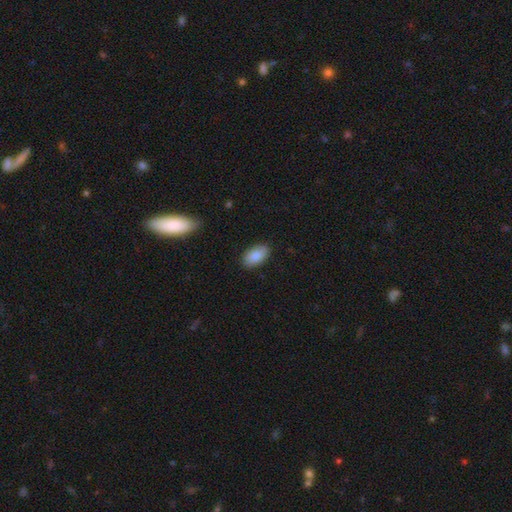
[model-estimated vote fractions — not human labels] A smooth galaxy with no disk features (85%) that is in between round and cigar-shaped (94%).

Vote fractions:
- Smooth or featured? smooth: 85% / featured or disk: 8% / star or artifact: 6%
- How rounded? in between: 94% / round: 4% / cigar-shaped: 2%
- Merging? none: 86% / minor disturbance: 10% / major disturbance: 2% / merger: 1%